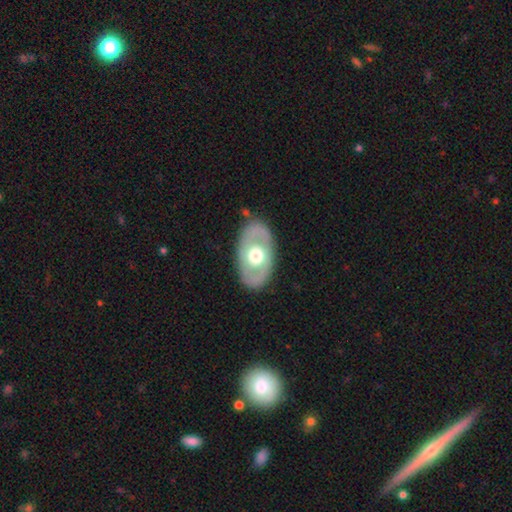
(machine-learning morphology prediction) This is possibly a featured or disk galaxy (58%). It is clearly not viewed edge-on (89%). Bar: clearly no (87%). Spiral arm pattern: likely no (78%). Central bulge: likely moderate (61%). Merging: clearly none (84%).